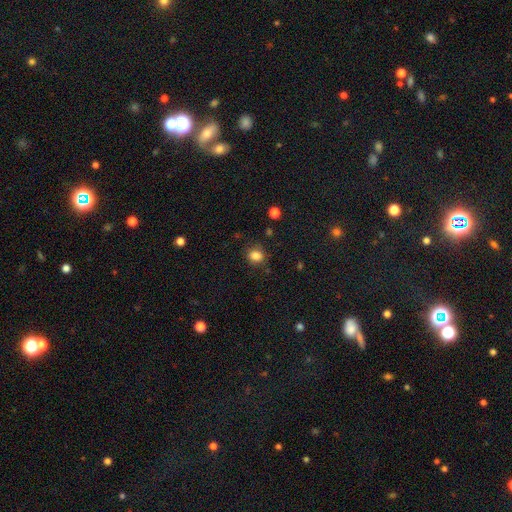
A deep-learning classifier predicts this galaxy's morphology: This is clearly a smooth galaxy (84%). How rounded: likely round (63%). Merging: clearly none (82%).